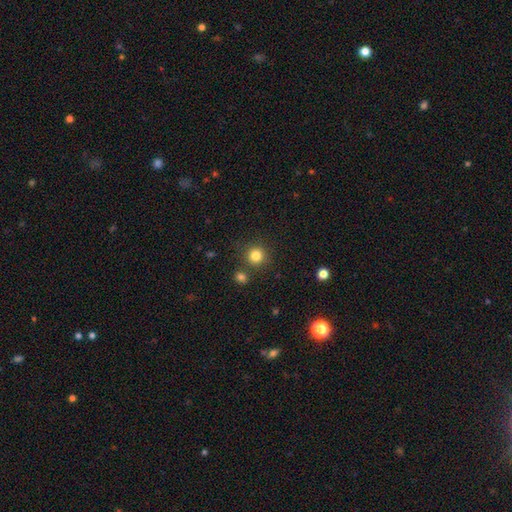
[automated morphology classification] smooth 82%, star or artifact 13%, featured or disk 5%. Down the decision tree: how rounded — round (93%); merging — none (83%).